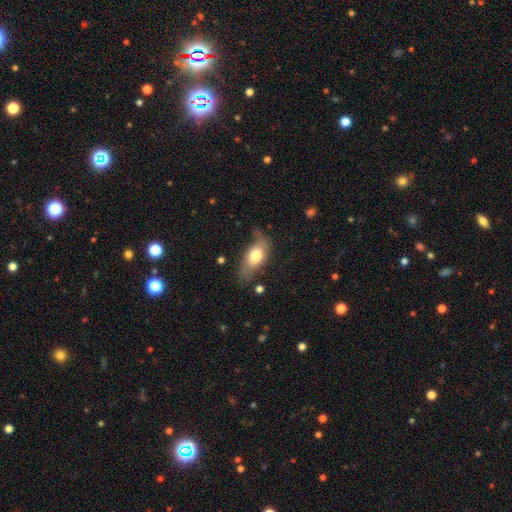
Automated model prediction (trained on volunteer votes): This appears to be a smooth galaxy with no disk features (67%) that is in between round and cigar-shaped (82%). Merging: none (57%).